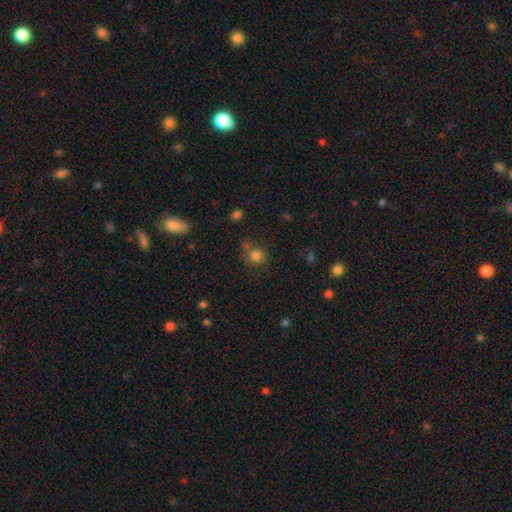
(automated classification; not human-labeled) Smooth or featured: smooth — 80% (star or artifact — 14%)
How rounded: round — 86% (in between — 13%)
Merging: none — 66% (minor disturbance — 14%)